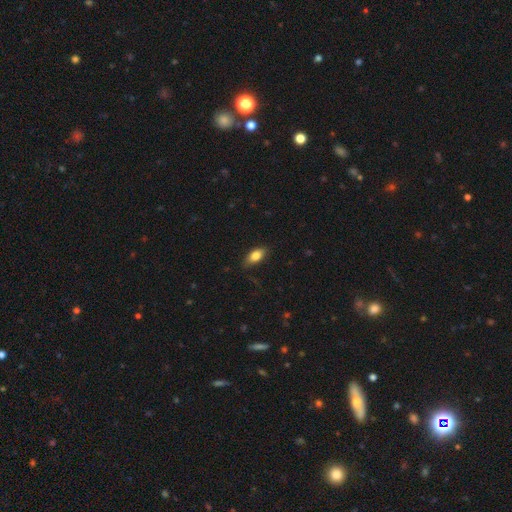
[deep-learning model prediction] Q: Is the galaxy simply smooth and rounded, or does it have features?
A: smooth — 80%.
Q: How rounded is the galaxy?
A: in between — 86%.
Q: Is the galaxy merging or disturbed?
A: none — 81%.